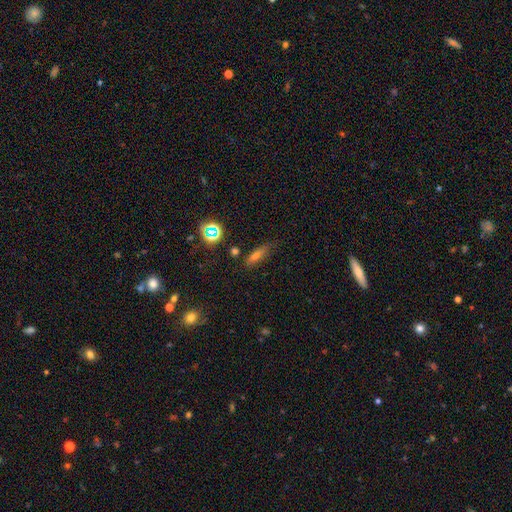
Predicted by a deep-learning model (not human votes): A smooth galaxy with no disk features (59%) that is cigar-shaped (48%). Merging: none (64%).